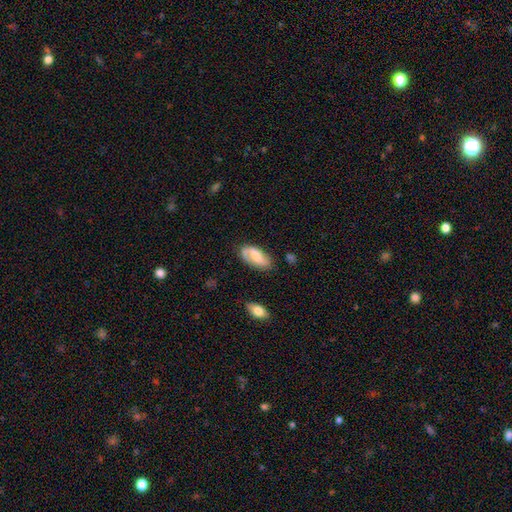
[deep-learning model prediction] featured or disk 51%, smooth 42%, star or artifact 7%. Down the decision tree: edge-on disk — no (94%); merging — none (65%).